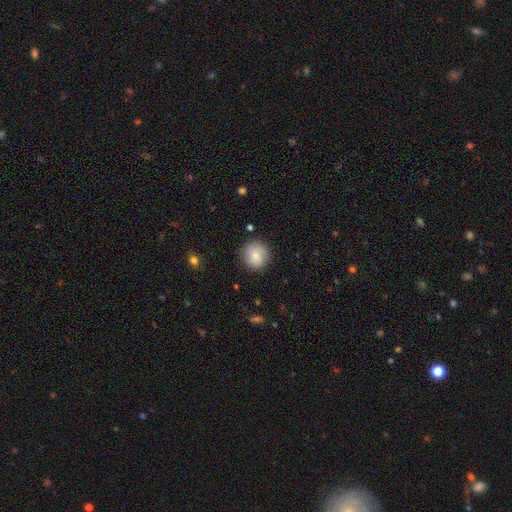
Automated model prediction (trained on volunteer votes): A smooth galaxy with no disk features (81%) that is round (92%). Merging: none (84%).